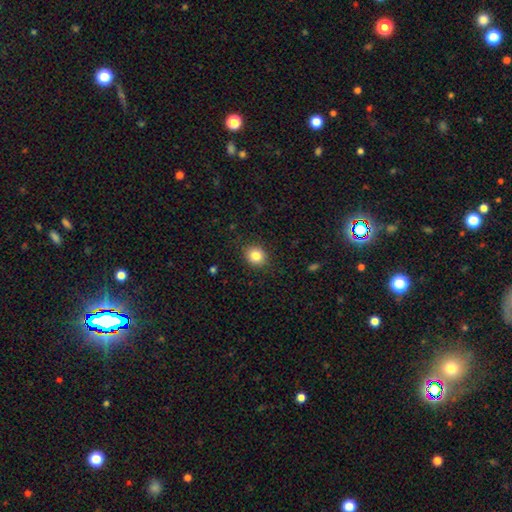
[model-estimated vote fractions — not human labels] Morphology: type=smooth (83%); roundness=round (71%); merging=none (88%).